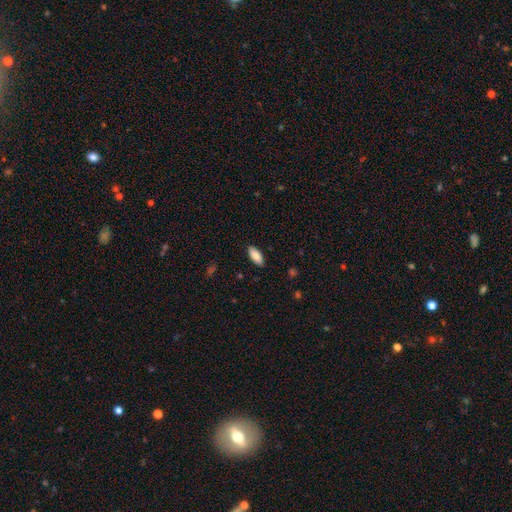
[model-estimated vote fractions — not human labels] A smooth galaxy with no disk features (86%) that is in between round and cigar-shaped (84%). Merging: none (88%).